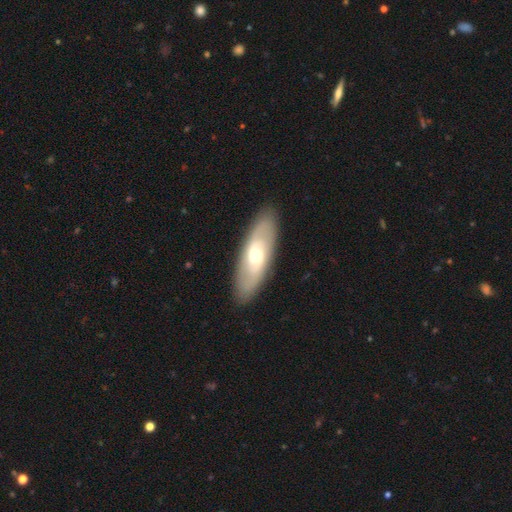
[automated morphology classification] Overall: featured or disk (58%; smooth 37%). Edge-on disk: no (81%). Merging: none (88%).